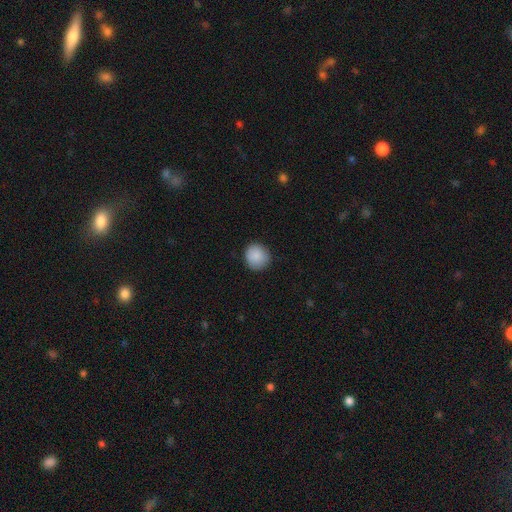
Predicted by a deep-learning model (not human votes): Smooth or featured?
  - smooth: 89% *
  - star or artifact: 7%
  - featured or disk: 4%
How rounded?
  - round: 90% *
  - in between: 9%
  - cigar-shaped: 1%
Merging?
  - none: 87% *
  - minor disturbance: 10%
  - major disturbance: 2%
  - merger: 1%